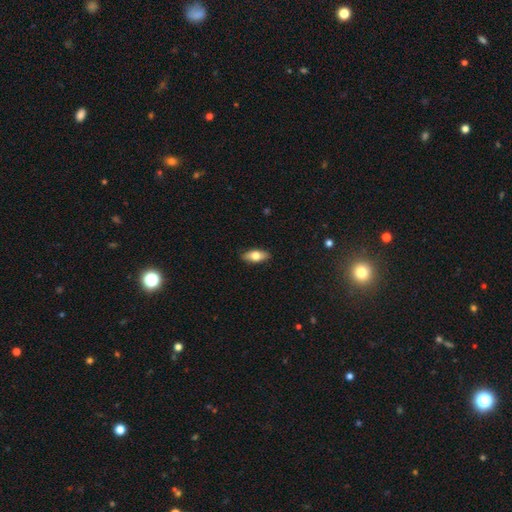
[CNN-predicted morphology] This appears to be a smooth galaxy with no disk features (68%) that is in between round and cigar-shaped (80%). Merging: none (89%).